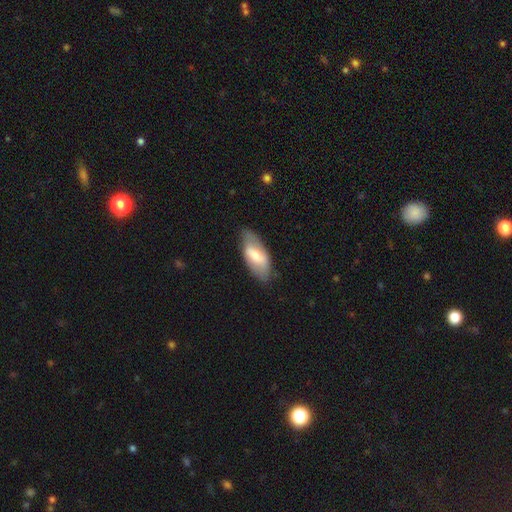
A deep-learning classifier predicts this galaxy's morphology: Q: Smooth or featured?
A: smooth (50%); runner-up: featured or disk (44%)
Q: How rounded?
A: in between (88%); runner-up: cigar-shaped (10%)
Q: Merging?
A: none (72%); runner-up: minor disturbance (21%)